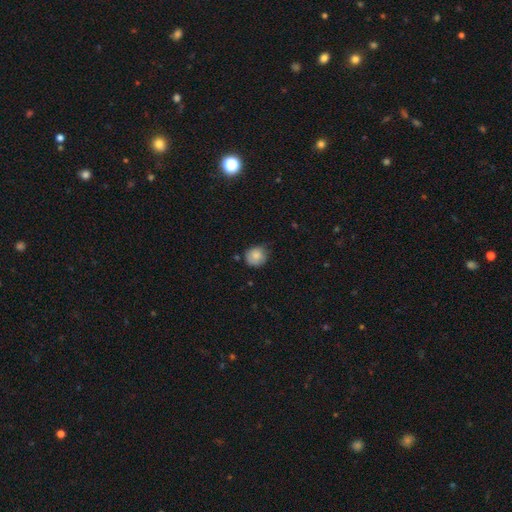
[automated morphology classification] smooth-or-featured: smooth: 81% | featured or disk: 11% | star or artifact: 8%
  how-rounded: round: 82% | in between: 17% | cigar-shaped: 1%
  merging: none: 60% | minor disturbance: 32% | major disturbance: 6% | merger: 2%